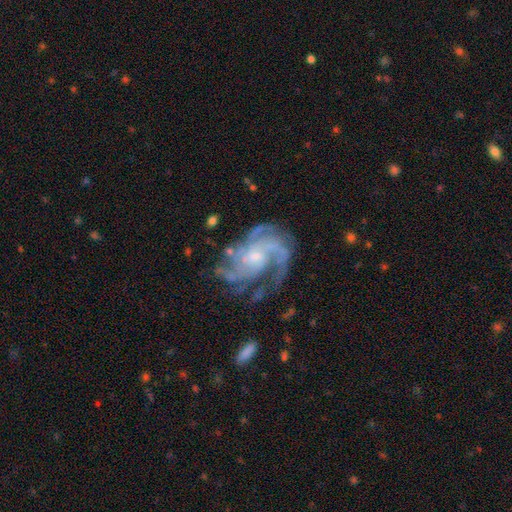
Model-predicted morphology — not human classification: Smooth or featured? Predicted: featured or disk (p=0.91). Edge-on disk? Predicted: no (p=0.98). Bar? Predicted: no (p=0.64). Spiral arms? Predicted: yes (p=0.98). Spiral winding? Predicted: medium (p=0.45). Spiral arm count? Predicted: 3 (p=0.30). Bulge size? Predicted: small (p=0.62). Merging? Predicted: none (p=0.62).